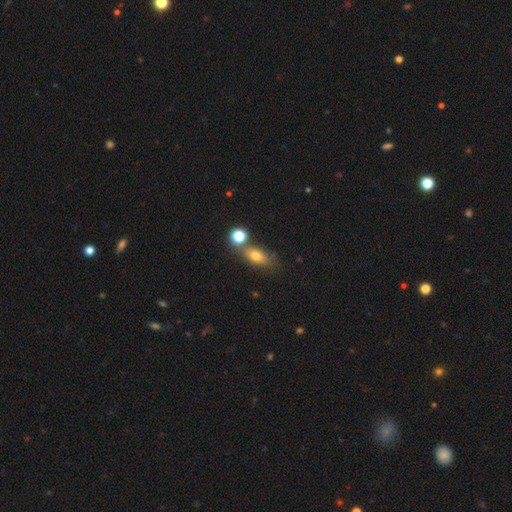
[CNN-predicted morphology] smooth 73%, featured or disk 16%, star or artifact 11%. Down the decision tree: how rounded — in between (72%); merging — none (58%).